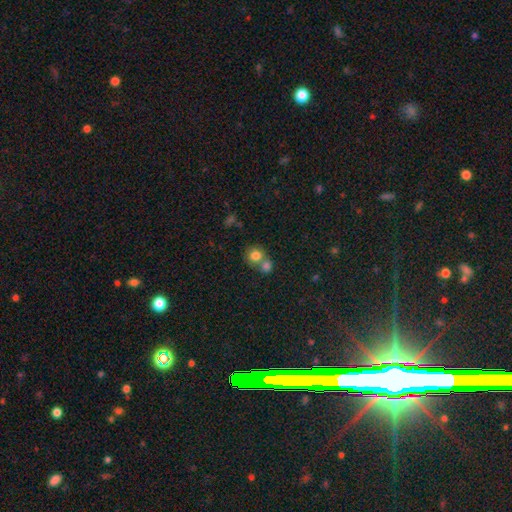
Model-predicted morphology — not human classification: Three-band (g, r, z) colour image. It shows a smooth galaxy with no disk features (79%) that is round (83%). Merging: merger (49%).